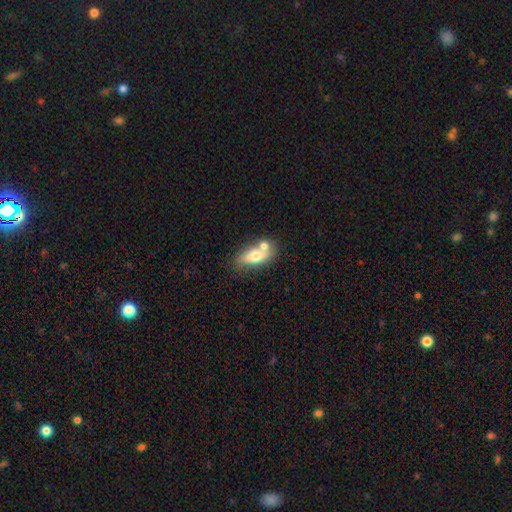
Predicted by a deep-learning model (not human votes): smooth 63%, featured or disk 29%, star or artifact 7%. Down the decision tree: how rounded — in between (78%); merging — none (41%).